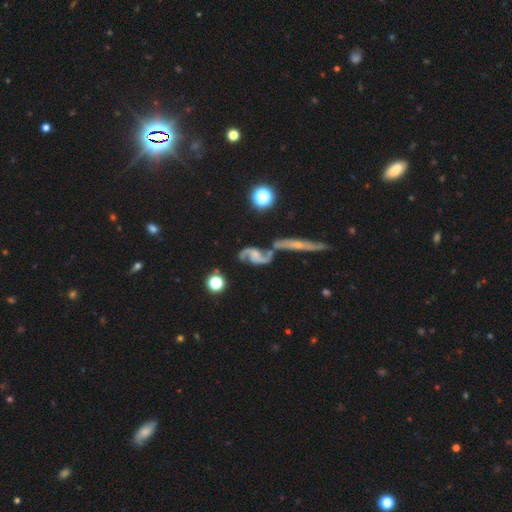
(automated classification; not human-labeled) Smooth or featured: featured or disk — 86% (smooth — 7%)
Edge-on disk: no — 94% (yes — 6%)
Bar: no — 54% (weak — 35%)
Spiral arms: yes — 96% (no — 4%)
Spiral winding: loose — 64% (medium — 29%)
Spiral arm count: 2 — 93% (can't tell — 2%)
Bulge size: none — 37% (small — 31%)
Merging: none — 47% (merger — 28%)